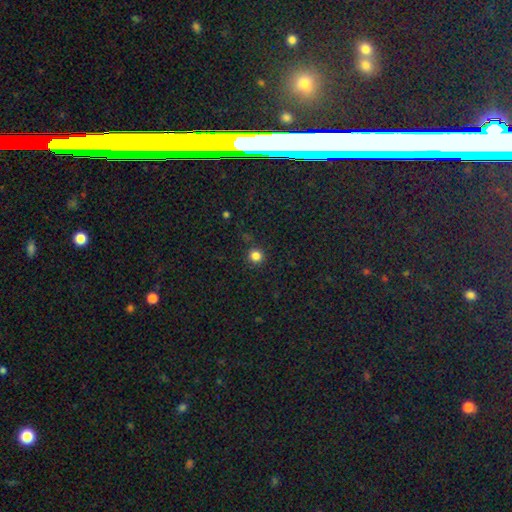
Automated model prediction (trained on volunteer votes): Overall: smooth (83%). How rounded: round (92%). Merging: none (88%).